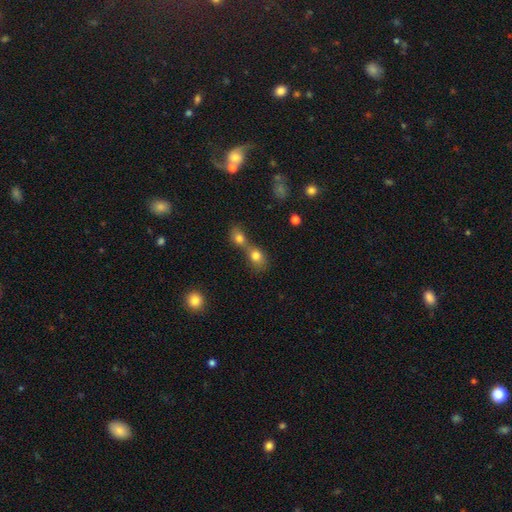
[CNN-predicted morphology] smooth-or-featured: smooth: 78% | star or artifact: 11% | featured or disk: 11%
  how-rounded: round: 57% | in between: 41% | cigar-shaped: 2%
  merging: merger: 66% | none: 24% | minor disturbance: 6% | major disturbance: 3%